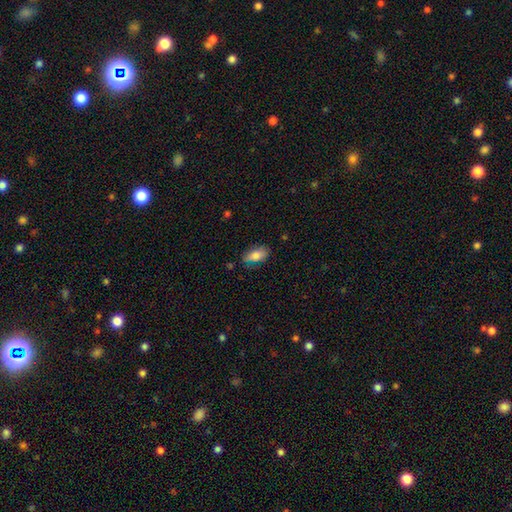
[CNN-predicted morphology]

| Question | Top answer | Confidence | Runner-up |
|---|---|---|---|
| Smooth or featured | smooth | 81% | featured or disk (12%) |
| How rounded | in between | 90% | cigar-shaped (6%) |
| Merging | none | 73% | minor disturbance (20%) |